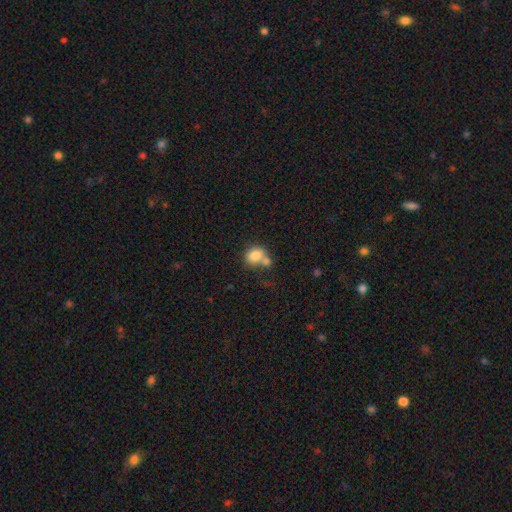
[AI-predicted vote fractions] This is clearly a smooth galaxy (81%). How rounded: possibly in between (53%). Merging: marginally merger (44%).